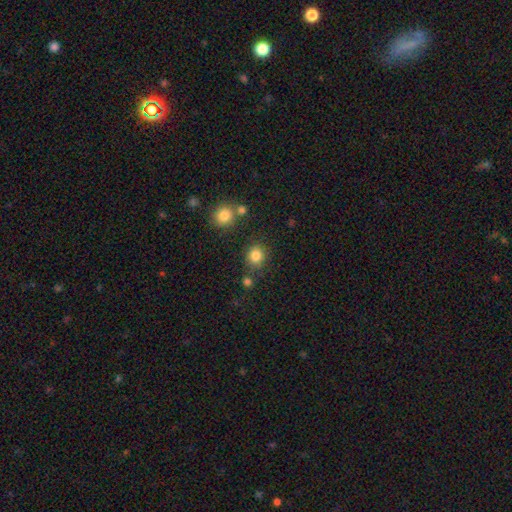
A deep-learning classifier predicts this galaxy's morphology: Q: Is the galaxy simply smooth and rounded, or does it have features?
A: smooth — 83%.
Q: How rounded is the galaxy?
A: round — 81%.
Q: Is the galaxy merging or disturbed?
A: none — 78%.